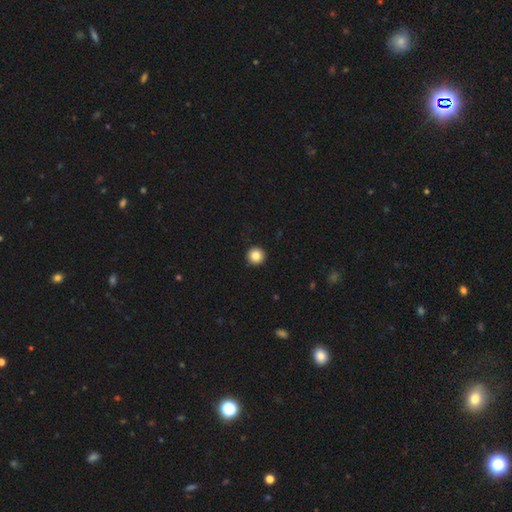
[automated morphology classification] This is clearly a smooth galaxy (84%). How rounded: clearly round (96%). Merging: clearly none (93%).